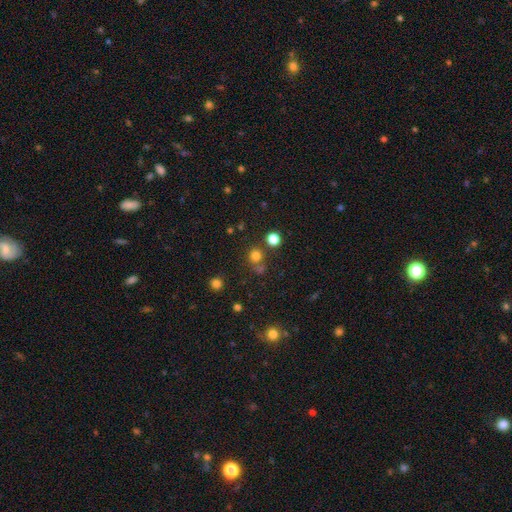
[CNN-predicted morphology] smooth_or_featured: smooth (p=0.74) [alt: star or artifact p=0.20]
how_rounded: round (p=0.90) [alt: in between p=0.09]
merging: none (p=0.69) [alt: merger p=0.18]